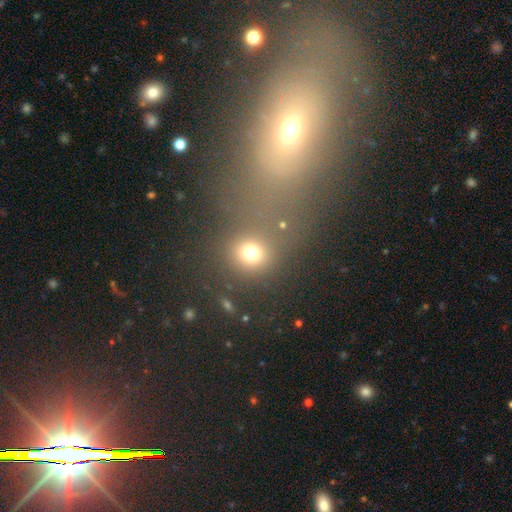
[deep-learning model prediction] Smooth or featured?
  - smooth: 67% *
  - star or artifact: 23%
  - featured or disk: 10%
How rounded?
  - round: 76% *
  - in between: 22%
  - cigar-shaped: 1%
Merging?
  - none: 60% *
  - merger: 23%
  - minor disturbance: 10%
  - major disturbance: 8%